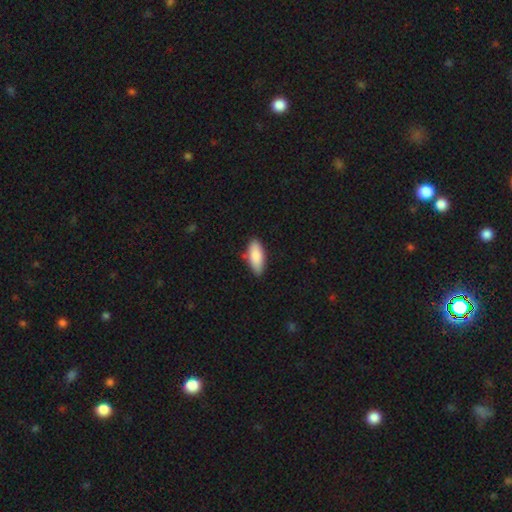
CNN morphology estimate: Smooth or featured? Predicted: smooth (p=0.86). How rounded? Predicted: in between (p=0.81). Merging? Predicted: none (p=0.83).